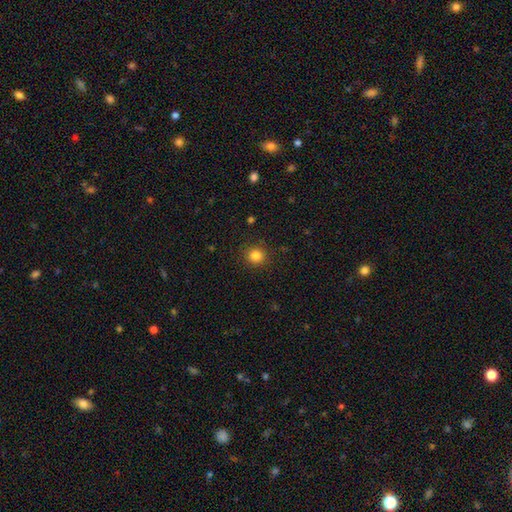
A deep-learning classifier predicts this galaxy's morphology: smooth_or_featured: smooth (p=0.84) [alt: star or artifact p=0.12]
how_rounded: round (p=0.90) [alt: in between p=0.09]
merging: none (p=0.90) [alt: minor disturbance p=0.07]